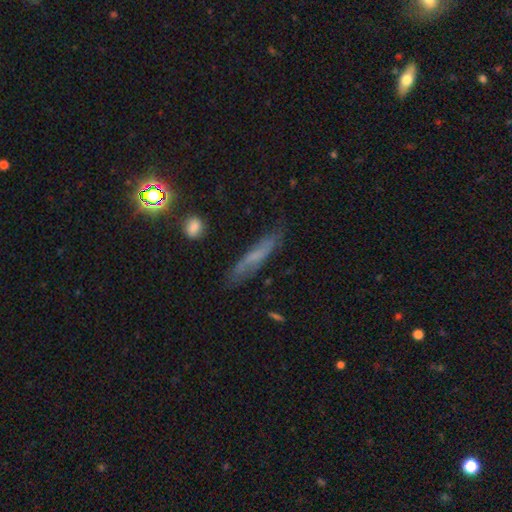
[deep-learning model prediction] smooth 43%, featured or disk 42%, star or artifact 14%. Down the decision tree: merging — none (73%).